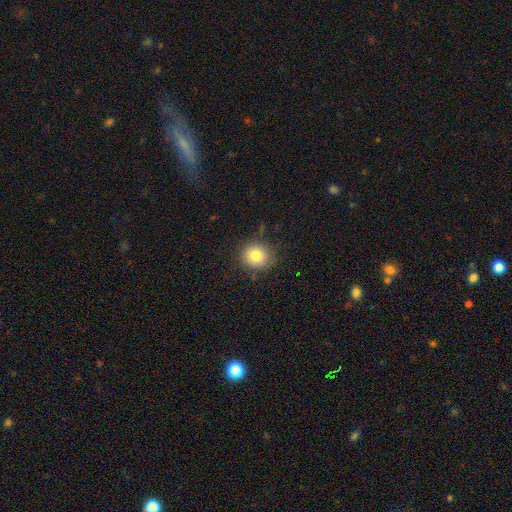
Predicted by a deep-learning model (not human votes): A smooth galaxy with no disk features (81%) that is round (89%). Merging: none (85%).